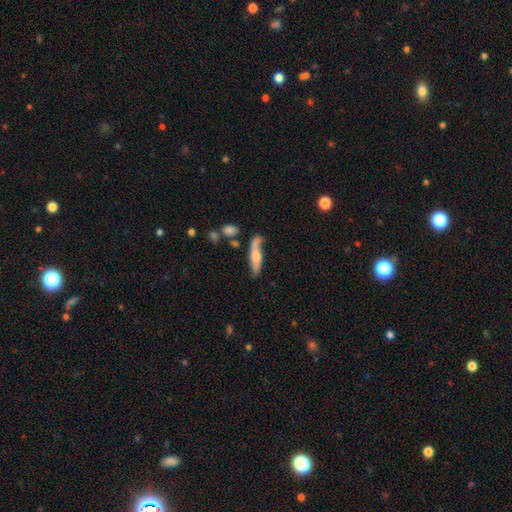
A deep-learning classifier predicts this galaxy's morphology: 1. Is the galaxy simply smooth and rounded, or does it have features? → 51% smooth, 43% featured or disk, 6% star or artifact.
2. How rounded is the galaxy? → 69% cigar-shaped, 29% in between, 2% round.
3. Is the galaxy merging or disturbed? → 56% none, 24% minor disturbance, 10% merger, 9% major disturbance.